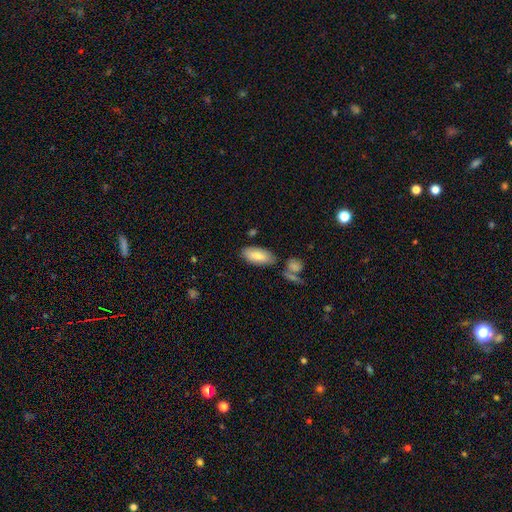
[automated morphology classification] This appears to be a smooth galaxy with no disk features (79%) that is in between round and cigar-shaped (88%). Merging: none (74%).